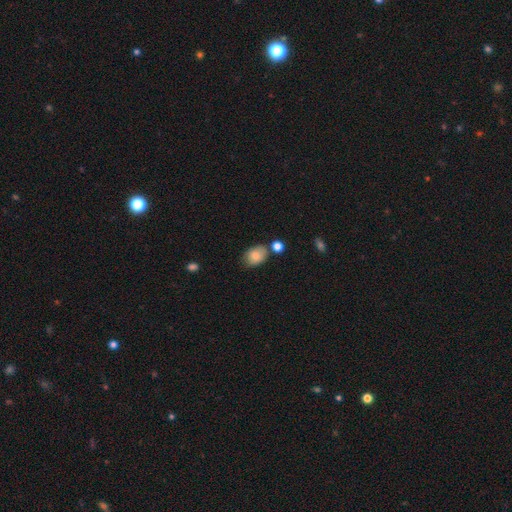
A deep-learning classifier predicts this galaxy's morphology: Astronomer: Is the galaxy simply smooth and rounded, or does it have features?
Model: smooth — 81%.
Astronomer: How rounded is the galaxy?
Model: in between — 78%.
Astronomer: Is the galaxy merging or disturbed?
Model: none — 68%.